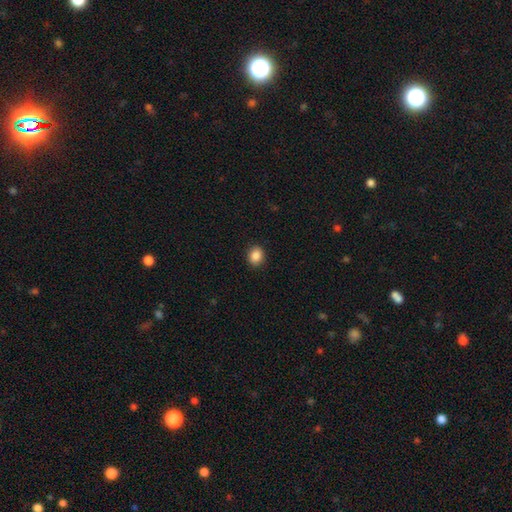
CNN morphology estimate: This is clearly a smooth galaxy (88%). How rounded: possibly round (59%). Merging: clearly none (90%).